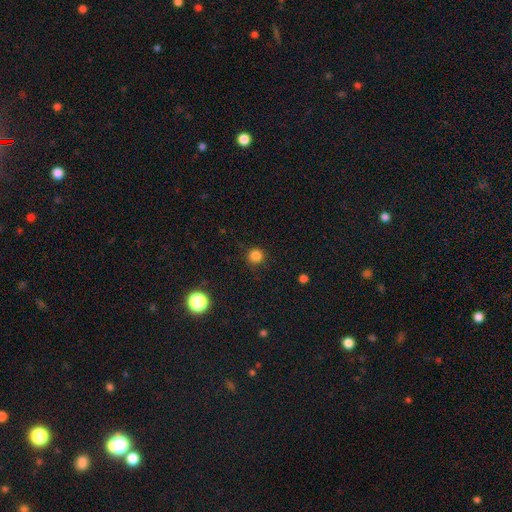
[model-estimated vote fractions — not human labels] Q: Smooth or featured?
A: smooth (83%); runner-up: star or artifact (14%)
Q: How rounded?
A: round (94%); runner-up: in between (5%)
Q: Merging?
A: none (89%); runner-up: minor disturbance (8%)